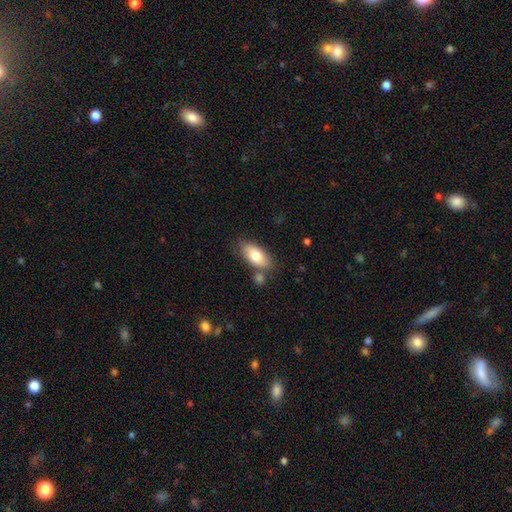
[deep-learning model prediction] This appears to be a smooth galaxy with no disk features (78%) that is in between round and cigar-shaped (88%). Merging: none (71%).